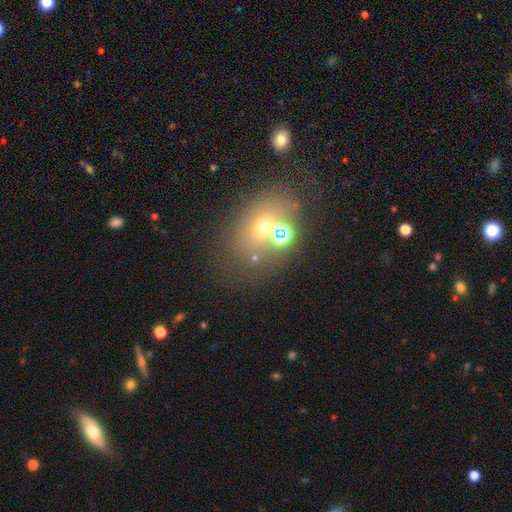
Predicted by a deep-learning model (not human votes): Smooth or featured? Predicted: smooth (p=0.50). Merging? Predicted: none (p=0.50).